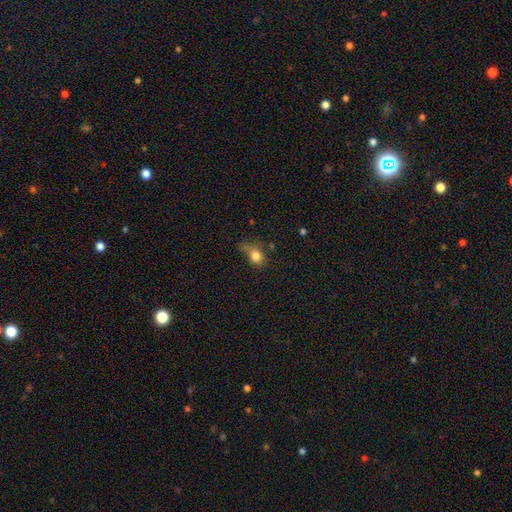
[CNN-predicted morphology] A smooth galaxy with no disk features (79%) that is round (52%). Merging: none (35%).